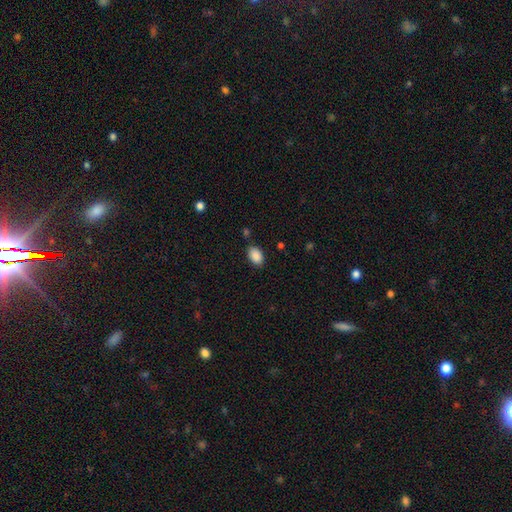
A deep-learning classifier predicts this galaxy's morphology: The model was most divided on "merging": none: 83%, minor disturbance: 12%, major disturbance: 3%, merger: 2%. More confident: how rounded — in between (90%); smooth or featured — smooth (90%).